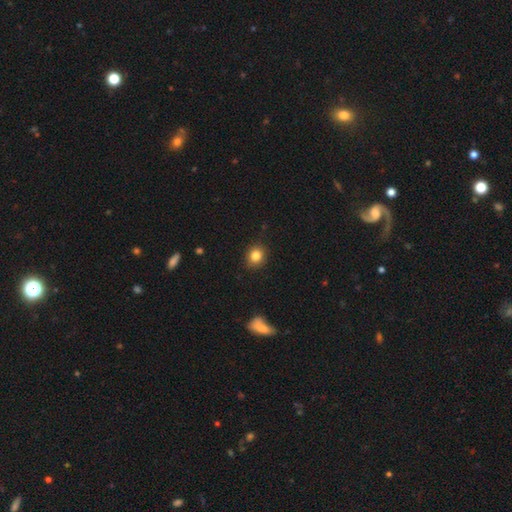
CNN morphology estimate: type=smooth (84%); roundness=round (74%); merging=none (87%).